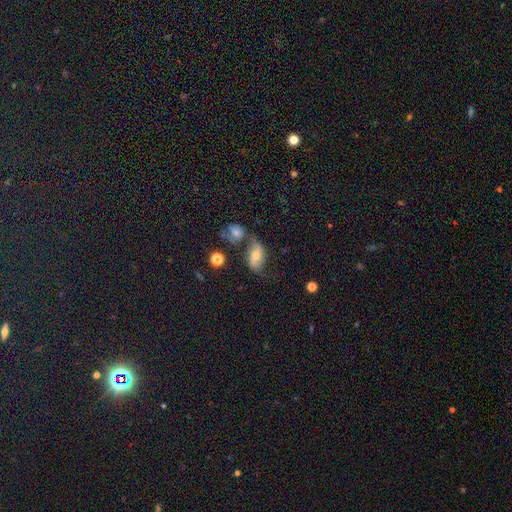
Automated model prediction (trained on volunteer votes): Morphology: type=featured or disk (53%); edge-on=no (93%); merging=none (44%).